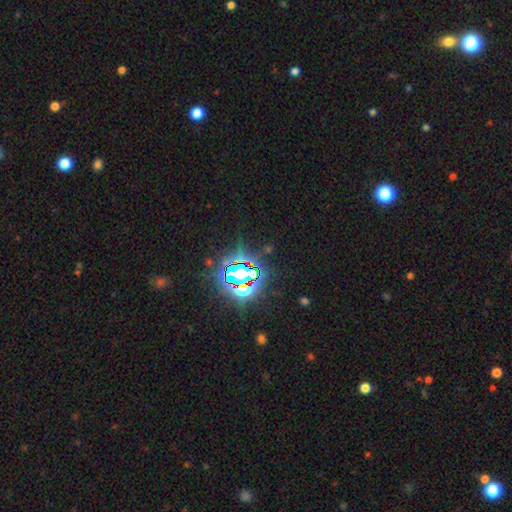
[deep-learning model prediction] A star or artifact, not a galaxy (82%).